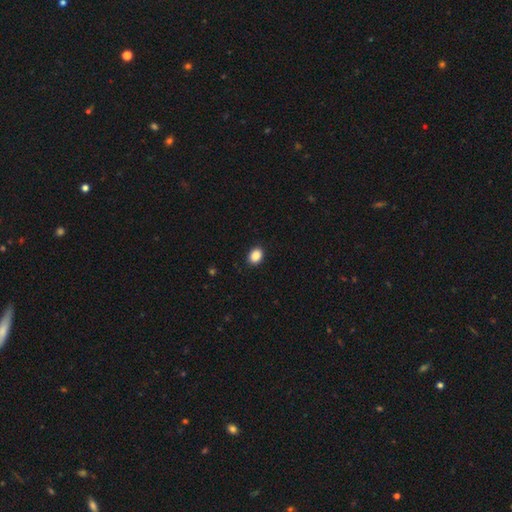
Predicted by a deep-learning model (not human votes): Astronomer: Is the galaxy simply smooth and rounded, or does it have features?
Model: smooth — 89%.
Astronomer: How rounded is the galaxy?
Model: in between — 60% (runner-up: round, 40%).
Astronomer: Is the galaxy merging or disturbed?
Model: none — 90%.